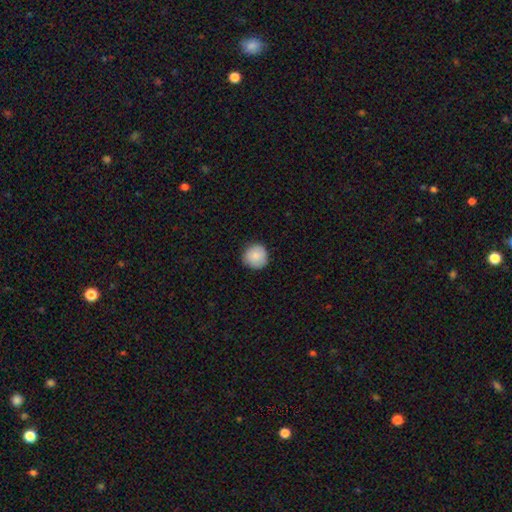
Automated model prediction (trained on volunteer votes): smooth_or_featured: smooth (p=0.87) [alt: star or artifact p=0.07]
how_rounded: round (p=0.94) [alt: in between p=0.05]
merging: none (p=0.89) [alt: minor disturbance p=0.09]